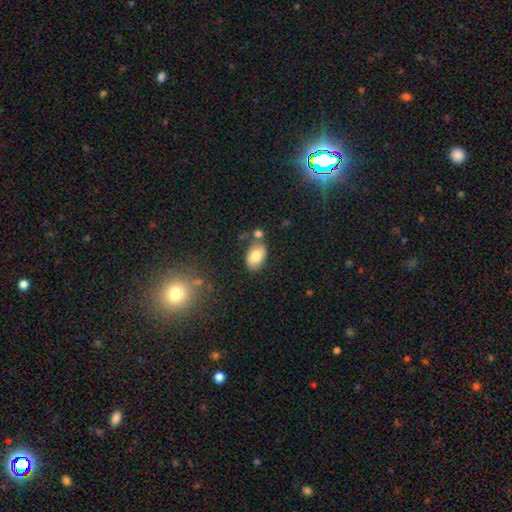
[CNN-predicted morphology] smooth_or_featured: smooth (p=0.78) [alt: featured or disk p=0.14]
how_rounded: in between (p=0.87) [alt: round p=0.11]
merging: none (p=0.61) [alt: minor disturbance p=0.17]